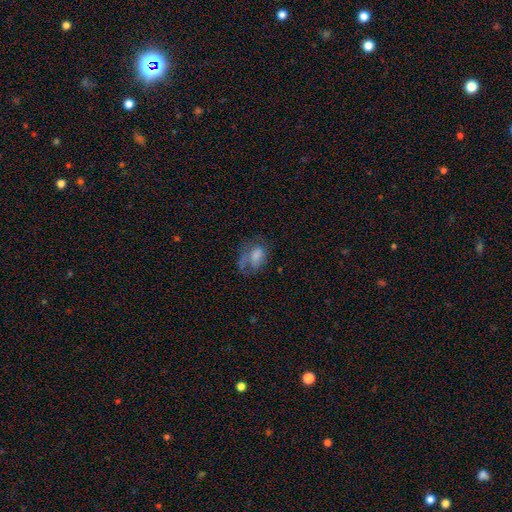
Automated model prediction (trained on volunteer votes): This appears to be a smooth galaxy with no disk features (60%) that is in between round and cigar-shaped (78%). Merging: major disturbance (39%).